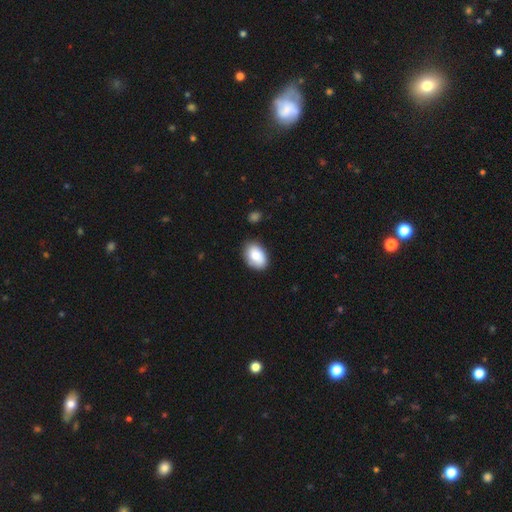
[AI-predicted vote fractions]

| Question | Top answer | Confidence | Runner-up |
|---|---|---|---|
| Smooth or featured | smooth | 84% | featured or disk (9%) |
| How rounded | in between | 86% | round (12%) |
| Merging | none | 80% | minor disturbance (15%) |